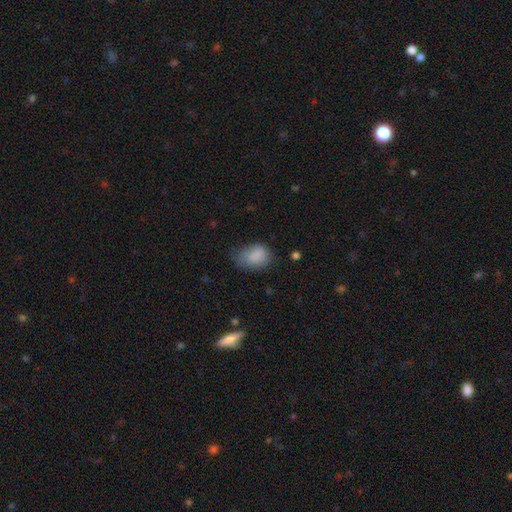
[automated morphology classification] The model was most divided on "merging": none: 49%, minor disturbance: 35%, major disturbance: 13%, merger: 2%. More confident: smooth or featured — smooth (84%); how rounded — in between (73%).